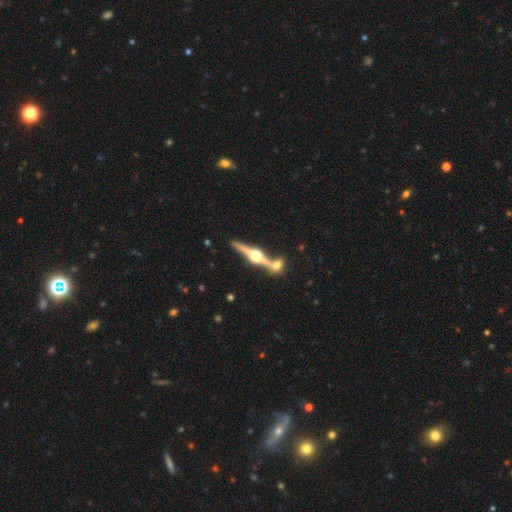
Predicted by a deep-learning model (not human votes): This is clearly a featured or disk galaxy (86%). It is clearly viewed edge-on (98%). Edge-on bulge: clearly rounded (95%). Merging: likely none (71%).